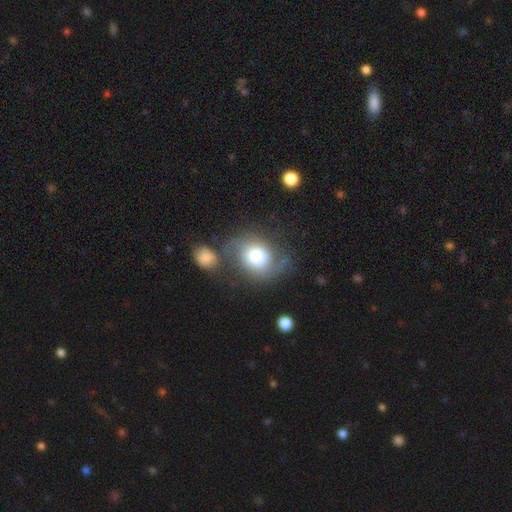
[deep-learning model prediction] This appears to be a smooth galaxy with no disk features (51%) that is round (61%). Merging: none (47%).